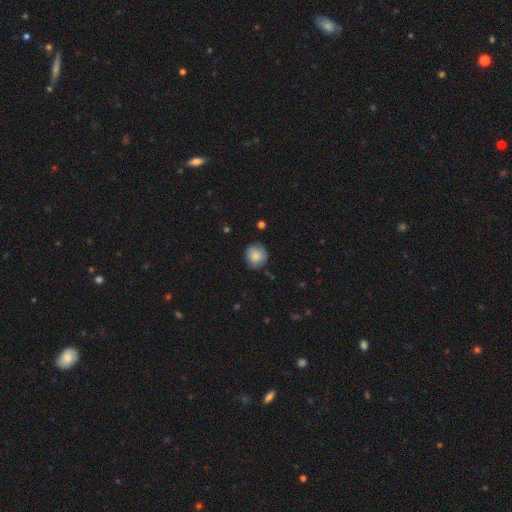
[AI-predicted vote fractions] Overall: smooth (81%). How rounded: round (87%). Merging: none (76%).